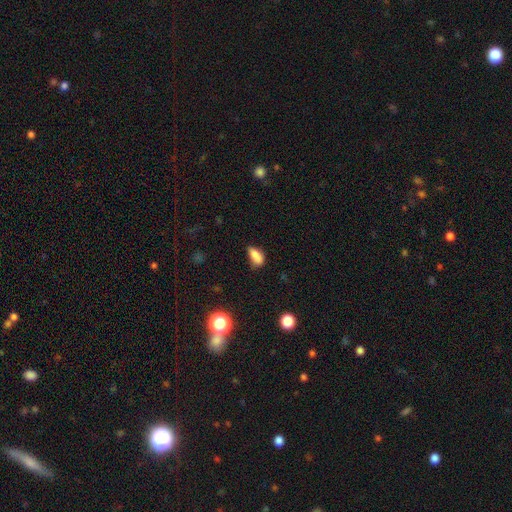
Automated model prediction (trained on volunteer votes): A smooth galaxy with no disk features (83%) that is in between round and cigar-shaped (84%). Merging: none (54%).